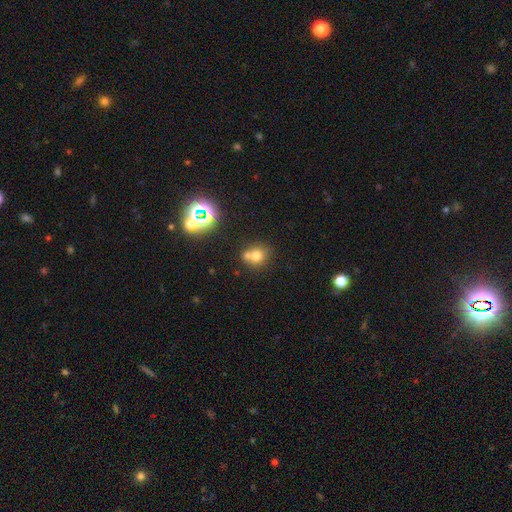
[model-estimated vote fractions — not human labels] smooth 68%, star or artifact 17%, featured or disk 14%. Down the decision tree: how rounded — round (75%); merging — none (48%).